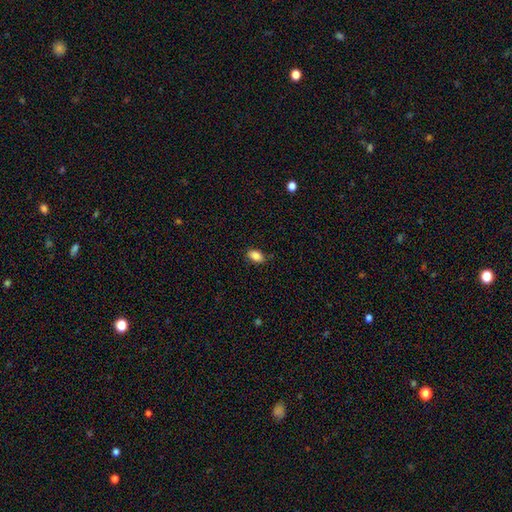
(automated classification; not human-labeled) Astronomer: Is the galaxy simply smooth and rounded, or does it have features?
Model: smooth — 88%.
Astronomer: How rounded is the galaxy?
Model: in between — 90%.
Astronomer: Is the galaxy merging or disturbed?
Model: none — 83%.